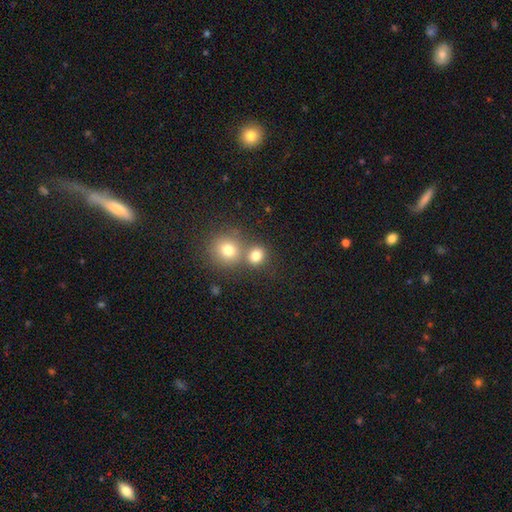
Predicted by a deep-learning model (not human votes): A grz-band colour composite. It shows a smooth galaxy with no disk features (79%) that is round (78%). Merging: none (57%).